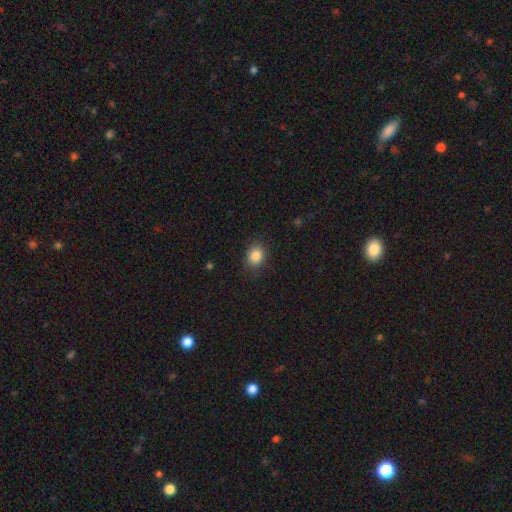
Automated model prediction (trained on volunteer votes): smooth-or-featured: smooth: 85% | star or artifact: 10% | featured or disk: 5%
  how-rounded: round: 55% | in between: 44% | cigar-shaped: 1%
  merging: none: 85% | minor disturbance: 11% | major disturbance: 3% | merger: 1%